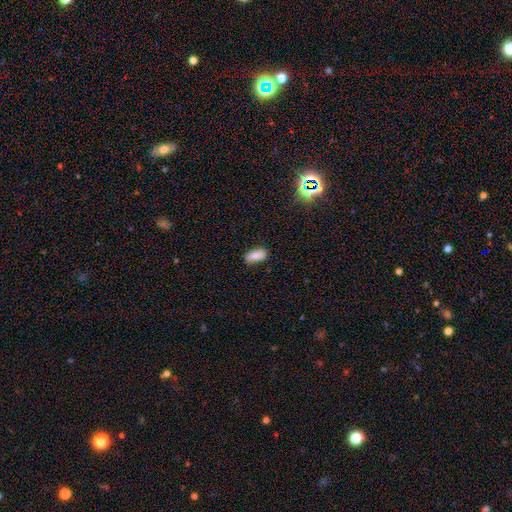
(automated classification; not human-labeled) This appears to be a smooth galaxy with no disk features (78%) that is in between round and cigar-shaped (88%). Merging: none (75%).